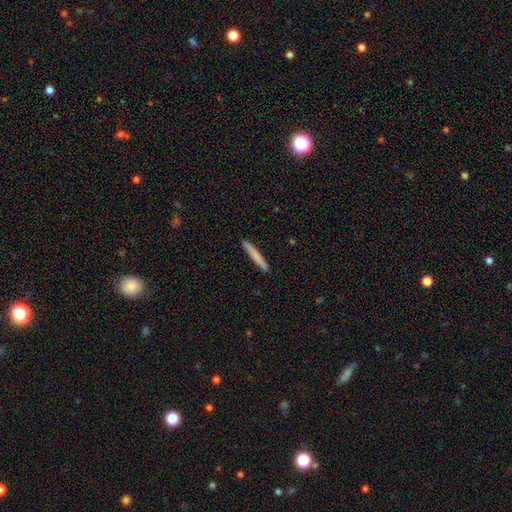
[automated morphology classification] A smooth galaxy with no disk features (76%) that is cigar-shaped (96%). Merging: none (91%).